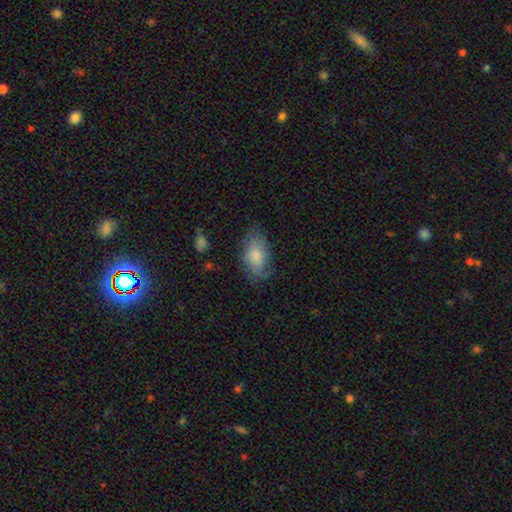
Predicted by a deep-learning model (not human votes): The model was most divided on "merging": none: 62%, minor disturbance: 26%, major disturbance: 10%, merger: 2%. More confident: how rounded — in between (92%); smooth or featured — smooth (73%).